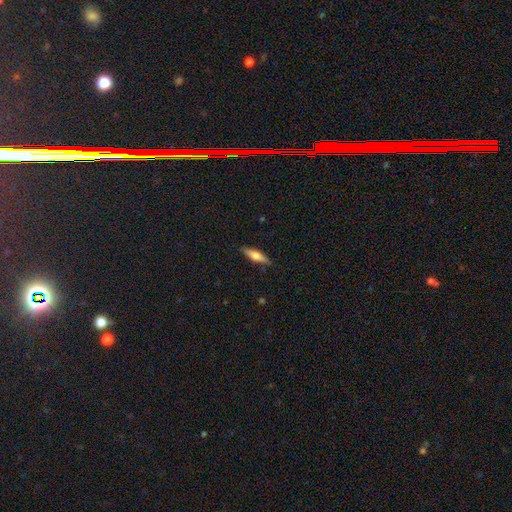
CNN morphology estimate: Smooth or featured? Predicted: smooth (p=0.61). How rounded? Predicted: cigar-shaped (p=0.63). Merging? Predicted: none (p=0.86).